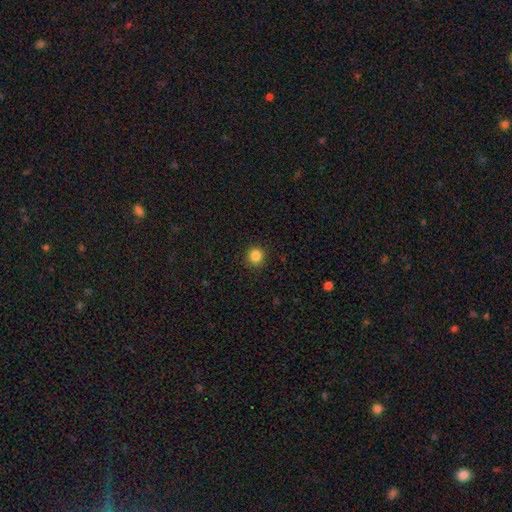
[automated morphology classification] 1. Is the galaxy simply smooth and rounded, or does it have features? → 86% smooth, 11% star or artifact, 3% featured or disk.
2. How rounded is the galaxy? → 91% round, 8% in between, 1% cigar-shaped.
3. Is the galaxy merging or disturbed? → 90% none, 6% minor disturbance, 2% major disturbance, 1% merger.